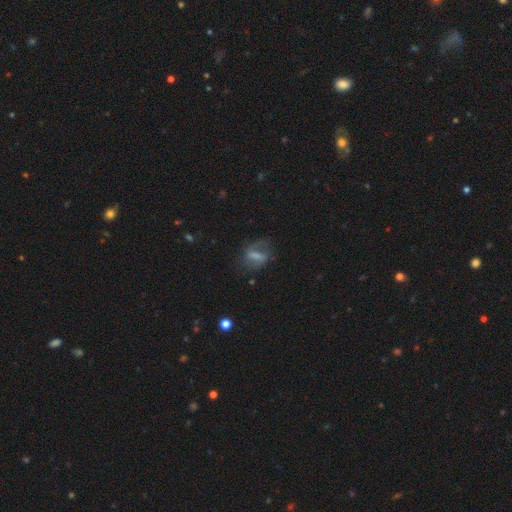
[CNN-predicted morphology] Smooth or featured? featured or disk (53%)
Edge-on disk? no (92%)
Merging? none (53%)